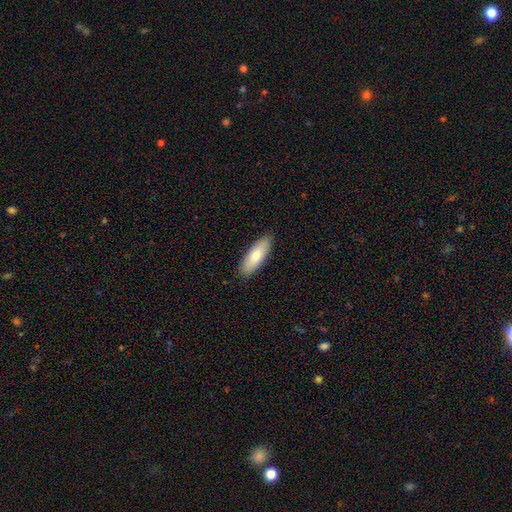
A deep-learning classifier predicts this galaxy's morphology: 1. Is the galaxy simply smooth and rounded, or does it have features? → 78% smooth, 16% featured or disk, 5% star or artifact.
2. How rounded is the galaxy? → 65% in between, 34% cigar-shaped, 2% round.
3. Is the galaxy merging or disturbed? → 88% none, 9% minor disturbance, 2% major disturbance, 1% merger.